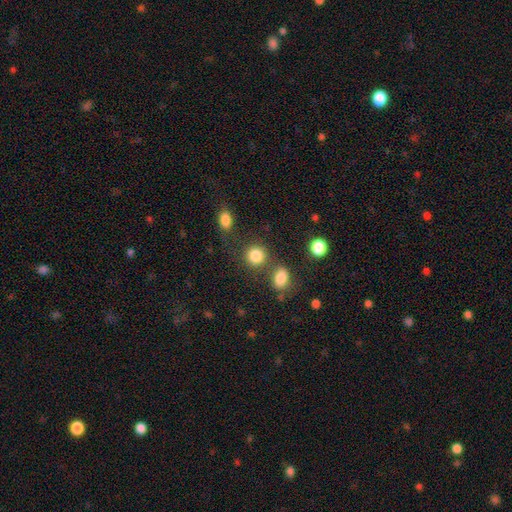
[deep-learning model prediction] A smooth galaxy with no disk features (85%) that is round (83%). Merging: none (72%).